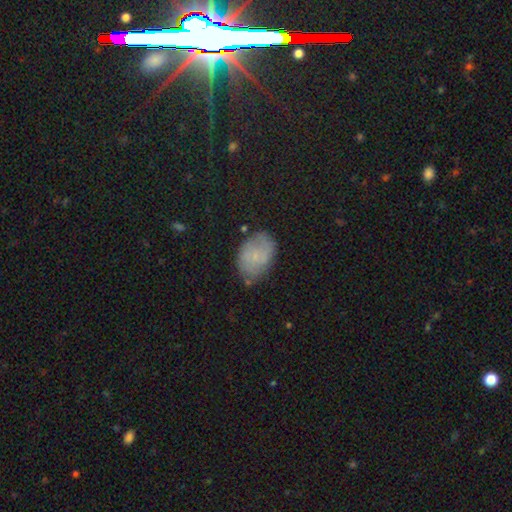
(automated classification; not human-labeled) smooth_or_featured: smooth (p=0.53) [alt: featured or disk p=0.36]
how_rounded: in between (p=0.81) [alt: round p=0.17]
merging: none (p=0.70) [alt: minor disturbance p=0.22]